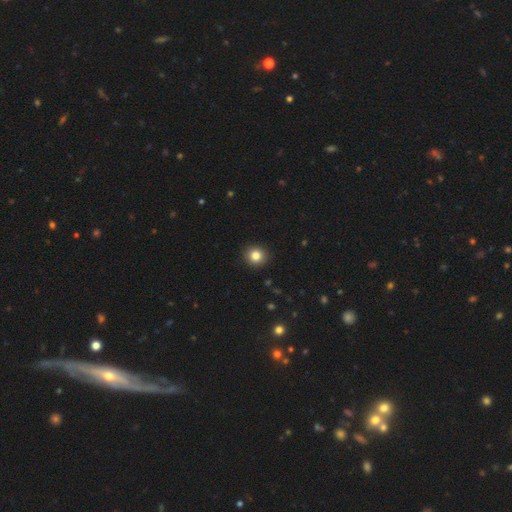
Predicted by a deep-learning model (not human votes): A smooth galaxy with no disk features (82%) that is round (91%). Merging: none (92%).